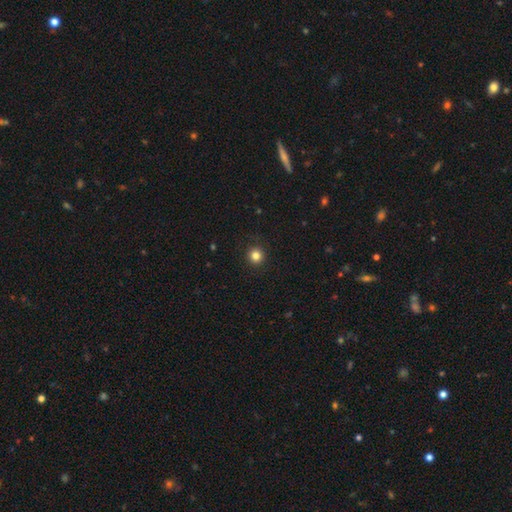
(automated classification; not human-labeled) Q: Smooth or featured?
A: smooth (83%); runner-up: star or artifact (13%)
Q: How rounded?
A: round (95%); runner-up: in between (4%)
Q: Merging?
A: none (92%); runner-up: minor disturbance (5%)